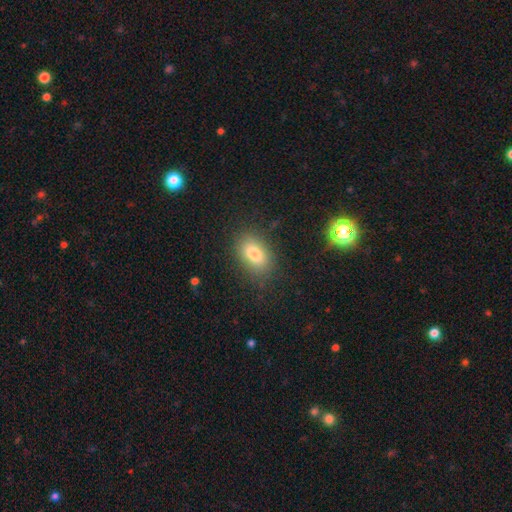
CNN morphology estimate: A smooth galaxy with no disk features (80%) that is in between round and cigar-shaped (87%). Merging: none (83%).